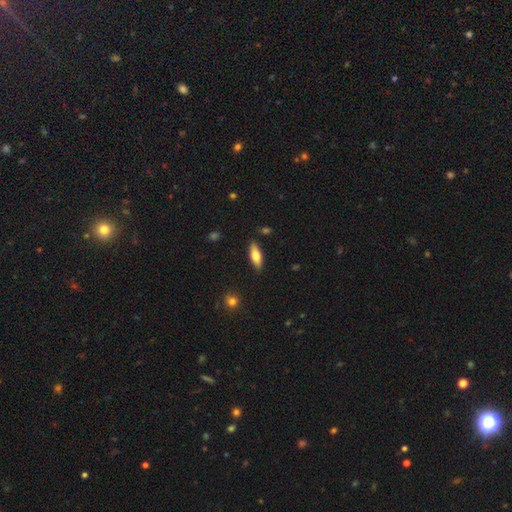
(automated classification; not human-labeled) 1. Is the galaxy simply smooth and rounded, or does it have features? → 69% smooth, 25% featured or disk, 6% star or artifact.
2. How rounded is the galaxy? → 68% in between, 30% cigar-shaped, 2% round.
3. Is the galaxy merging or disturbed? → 87% none, 10% minor disturbance, 2% major disturbance, 1% merger.